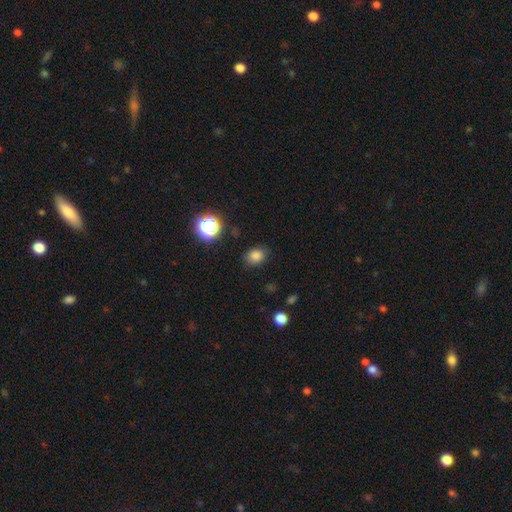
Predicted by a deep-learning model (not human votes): smooth-or-featured: smooth: 81% | star or artifact: 14% | featured or disk: 5%
  how-rounded: in between: 58% | round: 41% | cigar-shaped: 1%
  merging: none: 83% | minor disturbance: 12% | major disturbance: 3% | merger: 1%